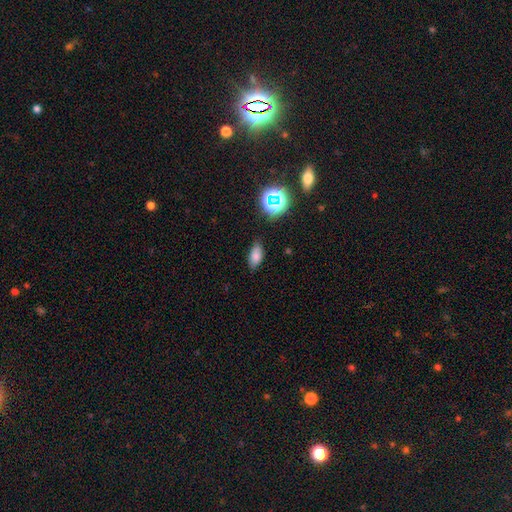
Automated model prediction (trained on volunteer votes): Smooth or featured?
  - smooth: 76% *
  - star or artifact: 14%
  - featured or disk: 10%
How rounded?
  - in between: 87% *
  - cigar-shaped: 7%
  - round: 6%
Merging?
  - none: 81% *
  - minor disturbance: 15%
  - major disturbance: 3%
  - merger: 2%